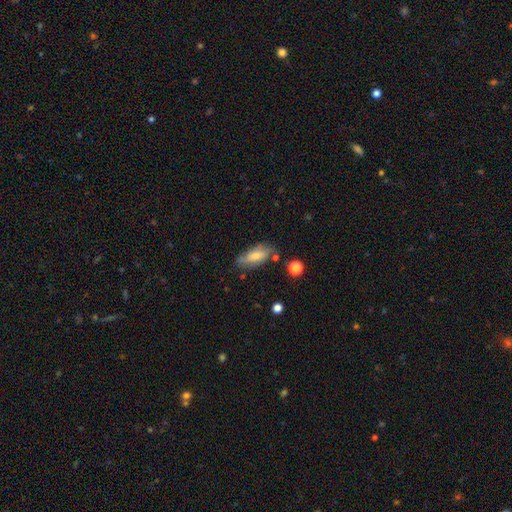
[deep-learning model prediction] Smooth or featured? smooth (60%)
How rounded? in between (80%)
Merging? none (68%)